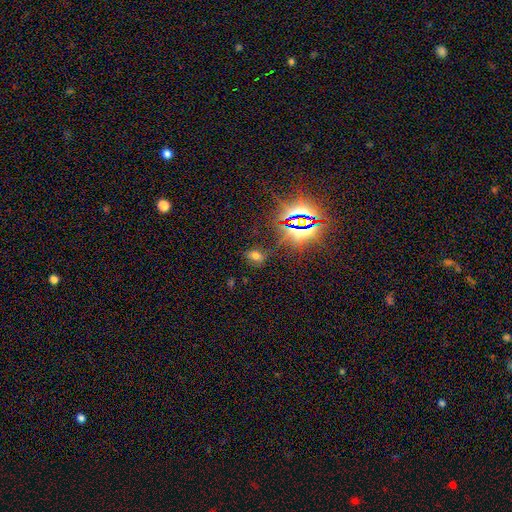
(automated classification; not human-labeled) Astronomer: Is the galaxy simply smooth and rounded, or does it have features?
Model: smooth — 51% (runner-up: star or artifact, 40%).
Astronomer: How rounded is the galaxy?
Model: in between — 79%.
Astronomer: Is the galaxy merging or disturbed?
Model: none — 76%.